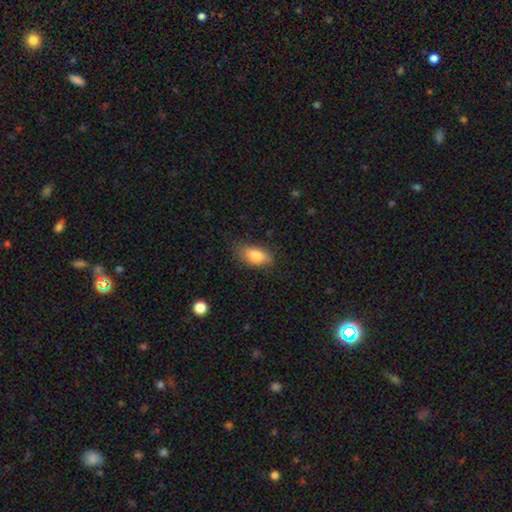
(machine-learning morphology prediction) Smooth or featured: smooth — 83% (featured or disk — 10%)
How rounded: in between — 88% (cigar-shaped — 7%)
Merging: none — 75% (minor disturbance — 19%)